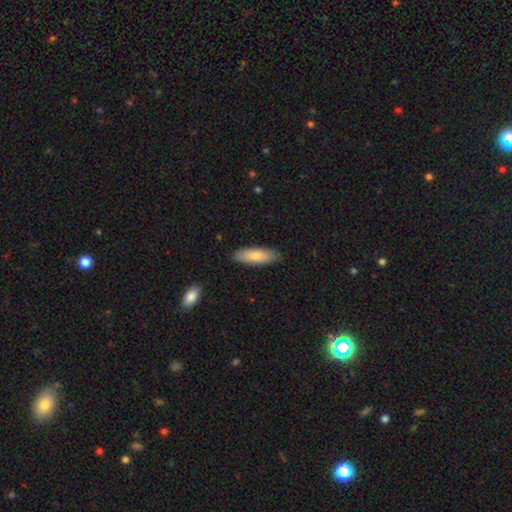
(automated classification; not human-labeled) Smooth or featured: smooth — 80% (featured or disk — 15%)
How rounded: in between — 57% (cigar-shaped — 41%)
Merging: none — 87% (minor disturbance — 10%)